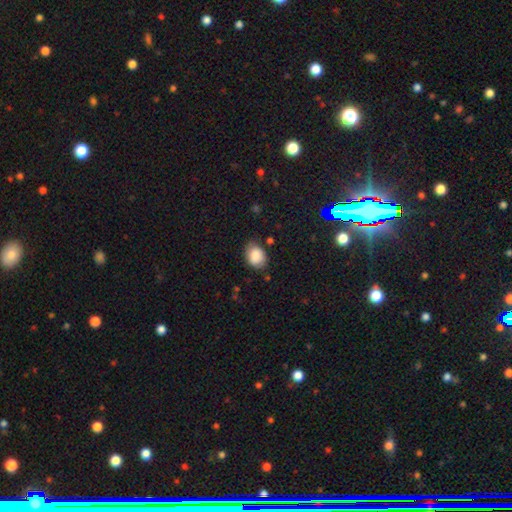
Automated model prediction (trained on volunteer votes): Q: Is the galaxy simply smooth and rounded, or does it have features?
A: smooth — 84%.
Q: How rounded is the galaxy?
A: in between — 68%.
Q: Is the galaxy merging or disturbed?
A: none — 73%.